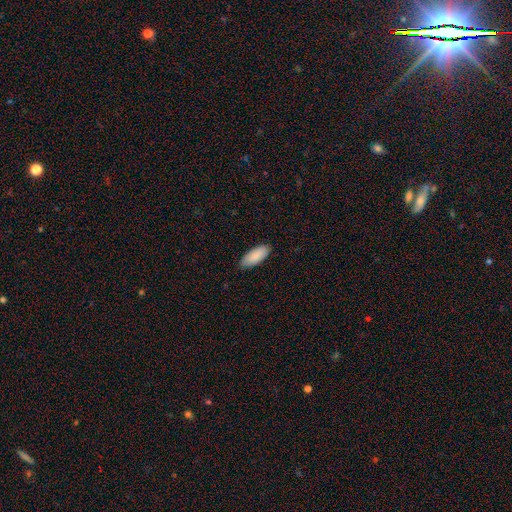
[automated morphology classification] This is clearly a smooth galaxy (89%). How rounded: clearly in between (85%). Merging: clearly none (86%).